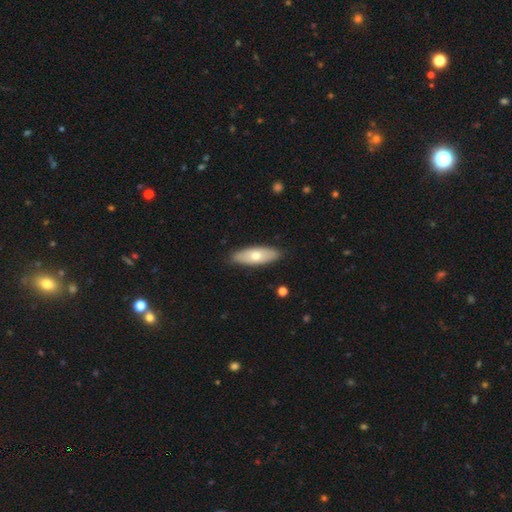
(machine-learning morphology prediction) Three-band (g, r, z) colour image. It shows a smooth galaxy with no disk features (64%) that is in between round and cigar-shaped (68%). Merging: none (87%).